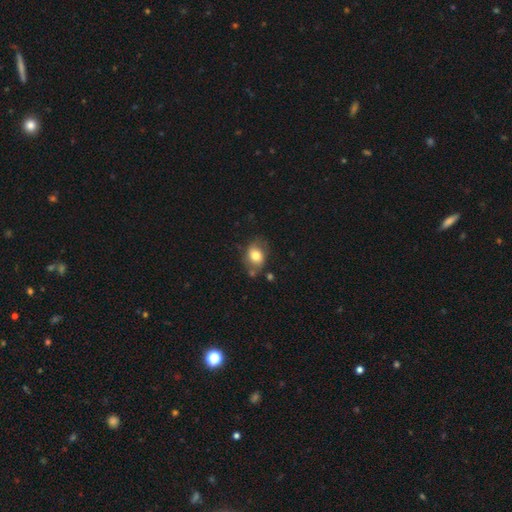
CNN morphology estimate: smooth 75%, featured or disk 16%, star or artifact 9%. Down the decision tree: how rounded — in between (55%); merging — none (62%).